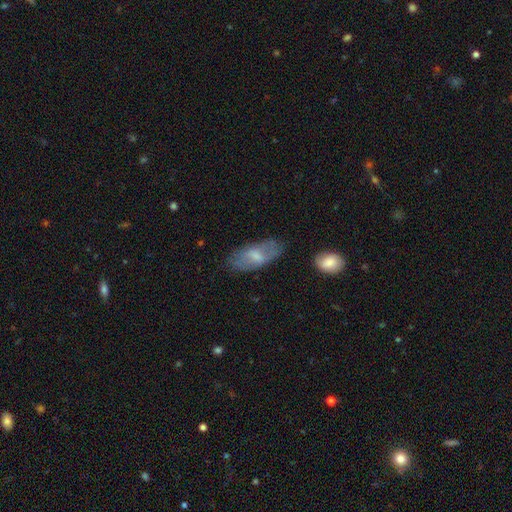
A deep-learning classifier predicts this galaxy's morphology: This appears to be a smooth galaxy with no disk features (56%) that is in between round and cigar-shaped (84%). Merging: none (69%).